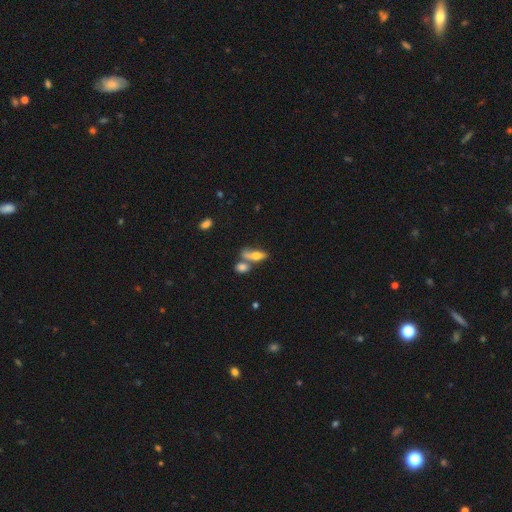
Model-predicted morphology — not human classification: A smooth galaxy with no disk features (60%) that is in between round and cigar-shaped (61%).

Vote fractions:
- Smooth or featured? smooth: 60% / featured or disk: 30% / star or artifact: 10%
- How rounded? in between: 61% / cigar-shaped: 34% / round: 5%
- Merging? none: 43% / merger: 38% / minor disturbance: 13% / major disturbance: 6%